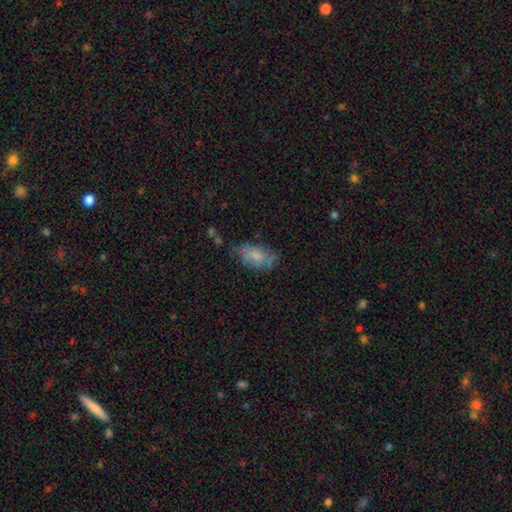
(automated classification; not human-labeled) Q: Smooth or featured?
A: smooth (67%); runner-up: featured or disk (25%)
Q: How rounded?
A: in between (90%); runner-up: cigar-shaped (5%)
Q: Merging?
A: none (55%); runner-up: minor disturbance (29%)